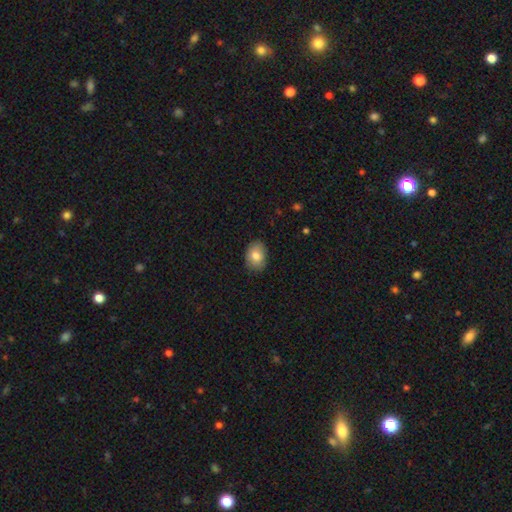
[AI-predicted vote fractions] A smooth galaxy with no disk features (82%) that is in between round and cigar-shaped (76%). Merging: none (85%).